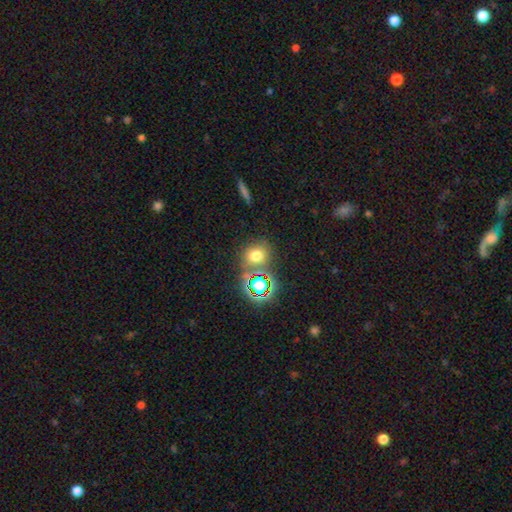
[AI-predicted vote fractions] smooth-or-featured: smooth: 45% | star or artifact: 43% | featured or disk: 12%
  merging: none: 61% | merger: 25% | minor disturbance: 9% | major disturbance: 6%